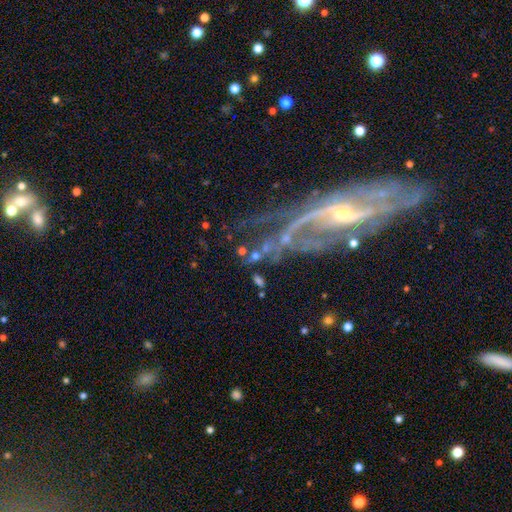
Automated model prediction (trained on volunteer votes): featured or disk 45%, smooth 33%, star or artifact 22%. Down the decision tree: merging — none (48%).